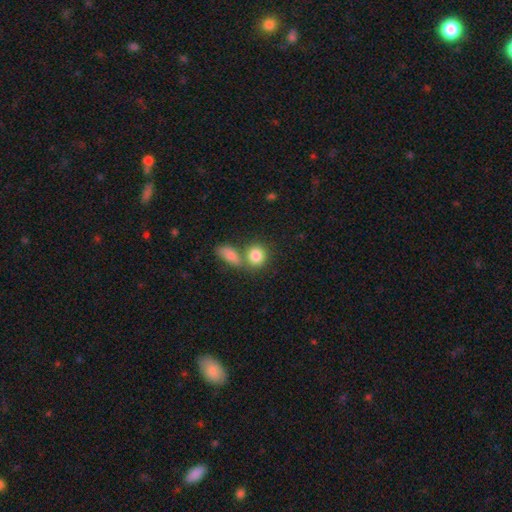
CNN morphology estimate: A smooth galaxy with no disk features (84%) that is round (62%).

Vote fractions:
- Smooth or featured? smooth: 84% / featured or disk: 8% / star or artifact: 8%
- How rounded? round: 62% / in between: 36% / cigar-shaped: 2%
- Merging? none: 47% / merger: 40% / minor disturbance: 9% / major disturbance: 4%